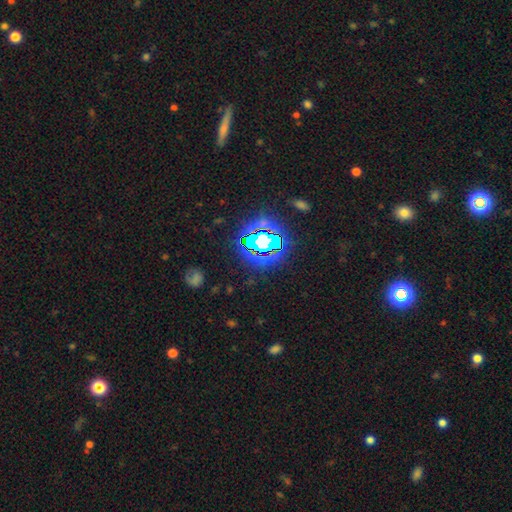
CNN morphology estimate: Smooth or featured?
  - star or artifact: 80% *
  - smooth: 12%
  - featured or disk: 8%